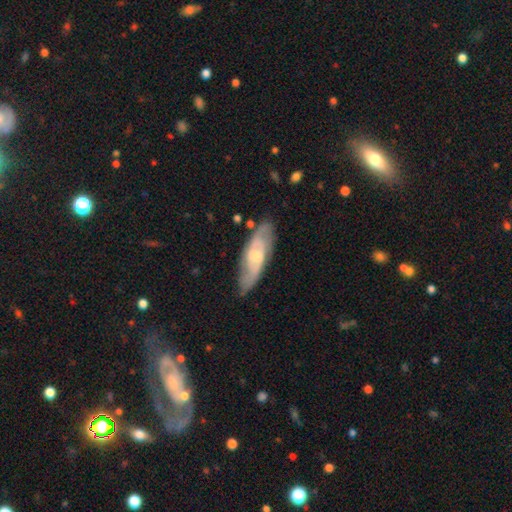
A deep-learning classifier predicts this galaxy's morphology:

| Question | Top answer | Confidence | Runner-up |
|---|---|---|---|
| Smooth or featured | featured or disk | 66% | smooth (29%) |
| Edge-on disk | no | 79% | yes (21%) |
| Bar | weak | 50% | no (38%) |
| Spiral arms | yes | 80% | no (20%) |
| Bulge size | moderate | 56% | small (27%) |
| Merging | none | 76% | minor disturbance (18%) |